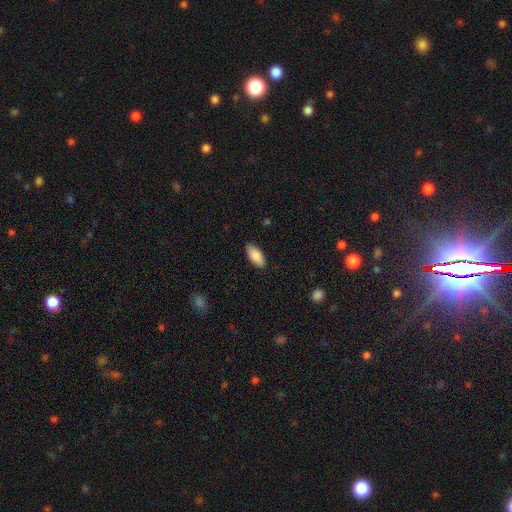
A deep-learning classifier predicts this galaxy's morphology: type=smooth (89%); roundness=in between (91%); merging=none (88%).